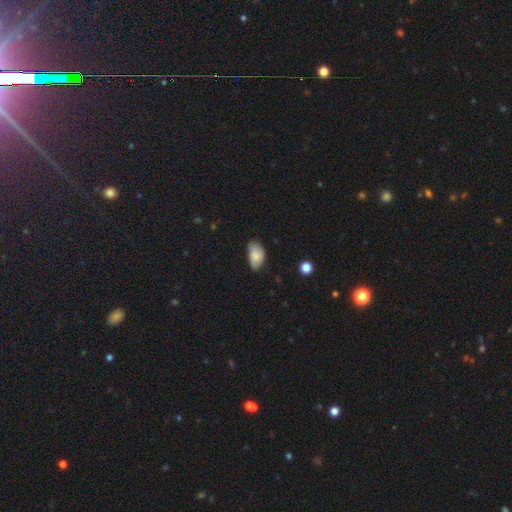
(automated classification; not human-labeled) Smooth or featured?
  - smooth: 83% *
  - featured or disk: 10%
  - star or artifact: 7%
How rounded?
  - in between: 93% *
  - round: 5%
  - cigar-shaped: 2%
Merging?
  - none: 59% *
  - minor disturbance: 34%
  - major disturbance: 5%
  - merger: 2%